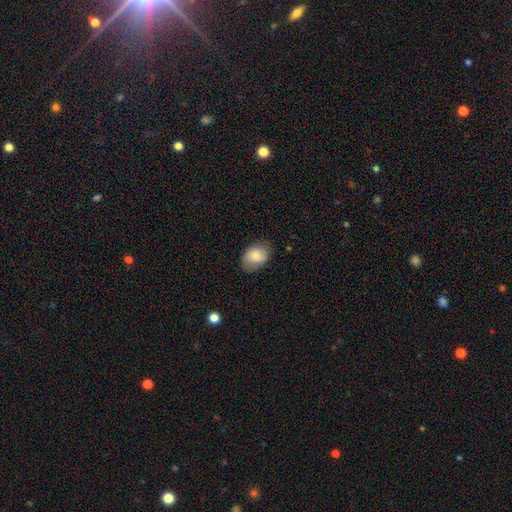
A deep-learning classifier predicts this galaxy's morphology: This appears to be a smooth galaxy with no disk features (77%) that is in between round and cigar-shaped (76%). Merging: none (74%).